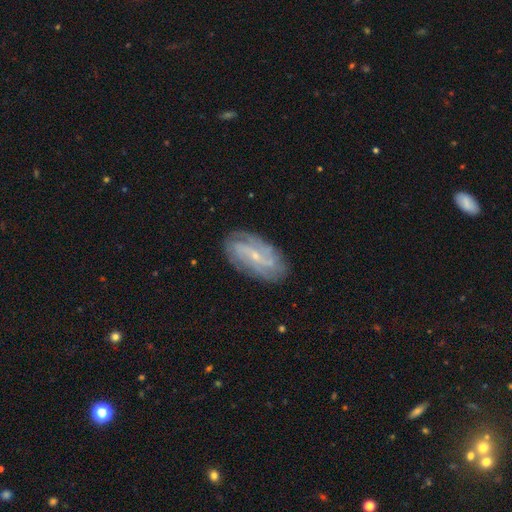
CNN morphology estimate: featured or disk 78%, smooth 15%, star or artifact 7%. Down the decision tree: edge-on disk — no (93%); bar — weak (44%); spiral arms — yes (89%); spiral arm count — 2 (41%); spiral winding — tight (40%); bulge size — small (79%); merging — none (80%).